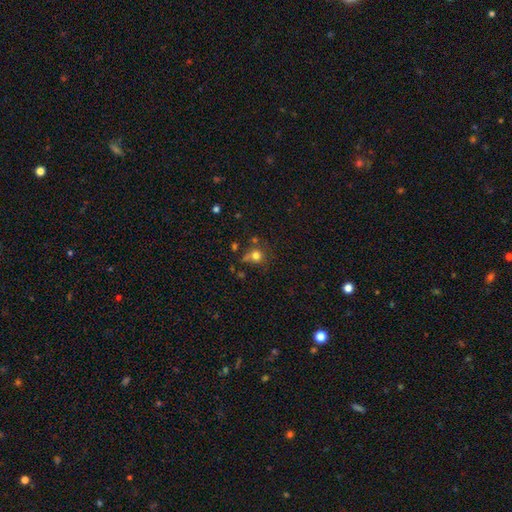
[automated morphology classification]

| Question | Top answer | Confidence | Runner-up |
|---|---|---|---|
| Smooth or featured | smooth | 76% | star or artifact (14%) |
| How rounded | round | 84% | in between (15%) |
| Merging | none | 57% | minor disturbance (19%) |